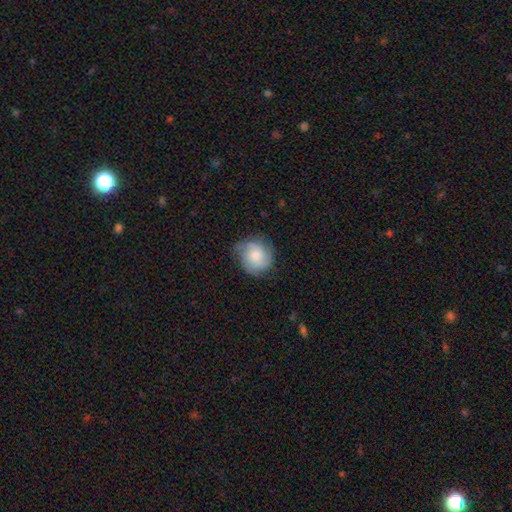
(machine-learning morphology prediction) A featured or disk galaxy (46%, tied with smooth). Merging: none (65%).